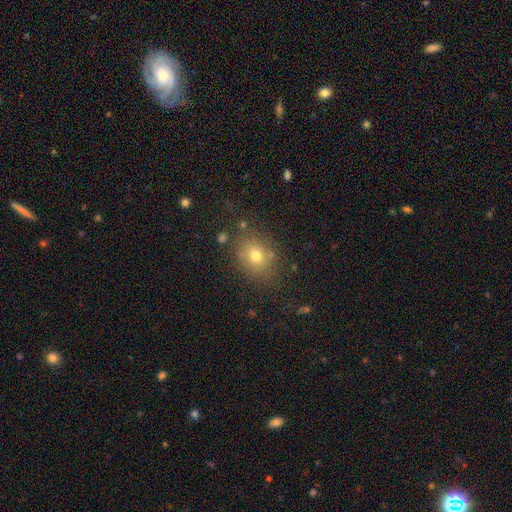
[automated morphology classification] smooth_or_featured: smooth (p=0.72) [alt: star or artifact p=0.15]
how_rounded: round (p=0.53) [alt: in between p=0.46]
merging: none (p=0.79) [alt: minor disturbance p=0.13]